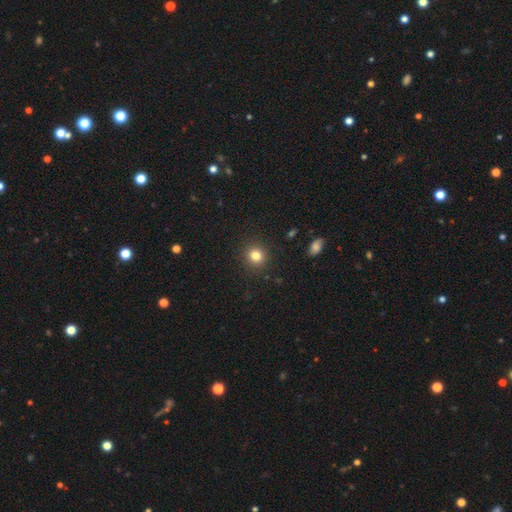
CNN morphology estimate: smooth-or-featured: smooth: 82% | star or artifact: 12% | featured or disk: 6%
  how-rounded: round: 86% | in between: 13% | cigar-shaped: 1%
  merging: none: 91% | minor disturbance: 6% | major disturbance: 2% | merger: 1%